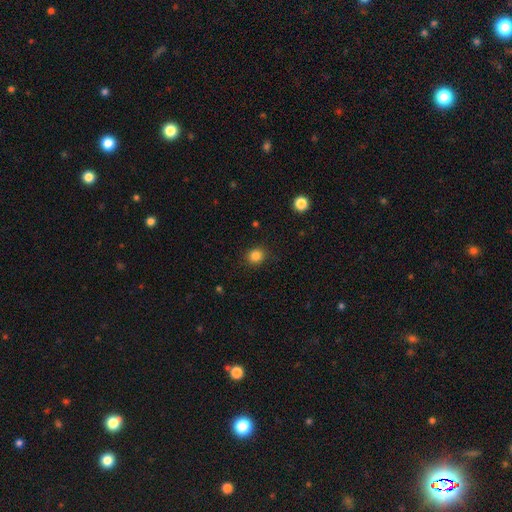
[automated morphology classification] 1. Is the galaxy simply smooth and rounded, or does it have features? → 84% smooth, 12% star or artifact, 4% featured or disk.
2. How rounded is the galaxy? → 83% round, 16% in between, 1% cigar-shaped.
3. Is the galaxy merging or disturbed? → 88% none, 8% minor disturbance, 2% major disturbance, 1% merger.